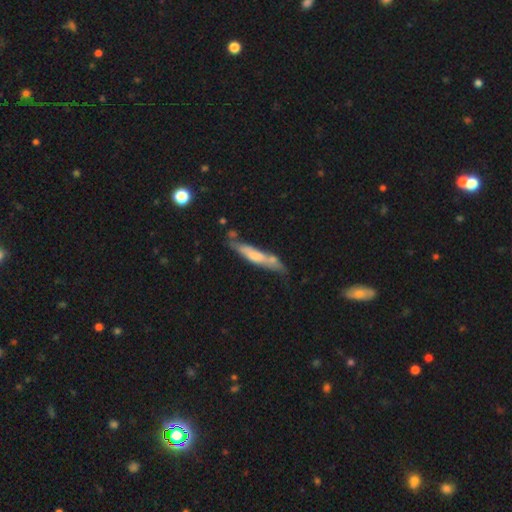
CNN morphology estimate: A smooth galaxy with no disk features (50%) that is cigar-shaped (88%).

Vote fractions:
- Smooth or featured? smooth: 50% / featured or disk: 44% / star or artifact: 6%
- How rounded? cigar-shaped: 88% / in between: 10% / round: 1%
- Merging? none: 59% / minor disturbance: 24% / merger: 11% / major disturbance: 7%